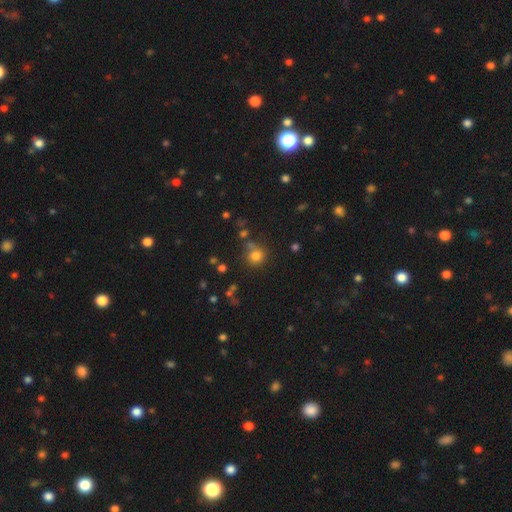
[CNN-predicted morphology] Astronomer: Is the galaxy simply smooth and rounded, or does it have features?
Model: smooth — 78%.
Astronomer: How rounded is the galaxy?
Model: round — 89%.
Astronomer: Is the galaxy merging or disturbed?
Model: none — 68%.